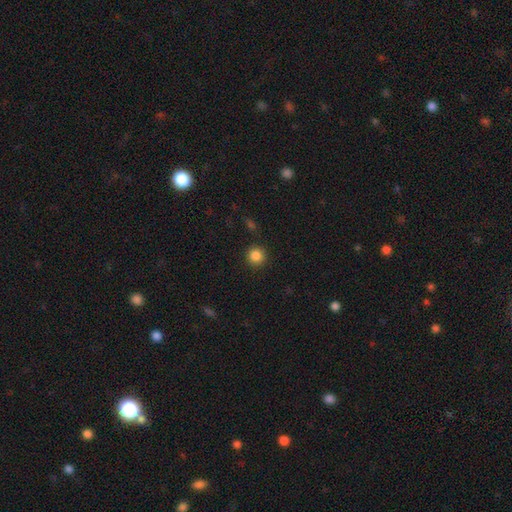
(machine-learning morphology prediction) smooth 86%, star or artifact 11%, featured or disk 3%. Down the decision tree: how rounded — round (94%); merging — none (91%).